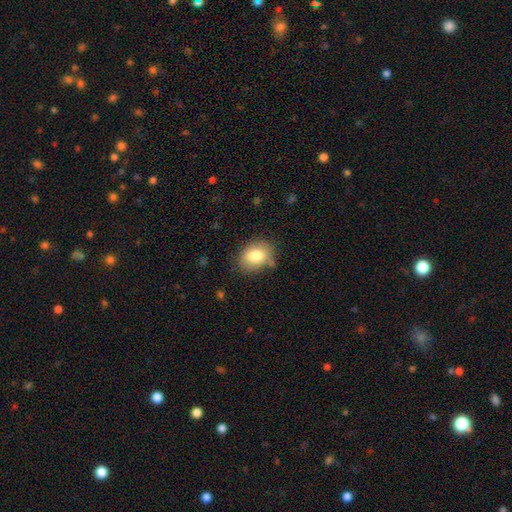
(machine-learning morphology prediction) Smooth or featured? Predicted: smooth (p=0.80). How rounded? Predicted: in between (p=0.63). Merging? Predicted: none (p=0.75).